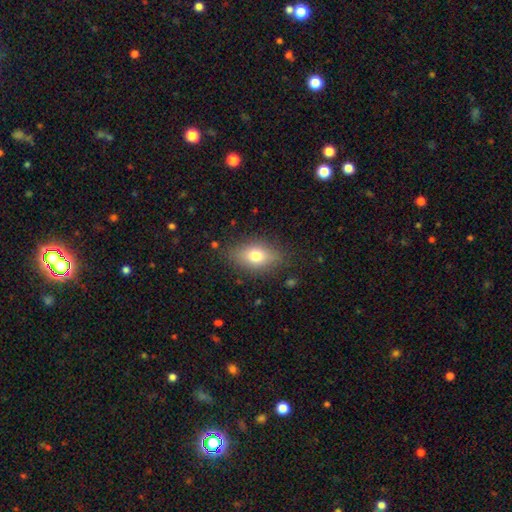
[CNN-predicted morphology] Smooth or featured? smooth (71%)
How rounded? in between (80%)
Merging? none (82%)